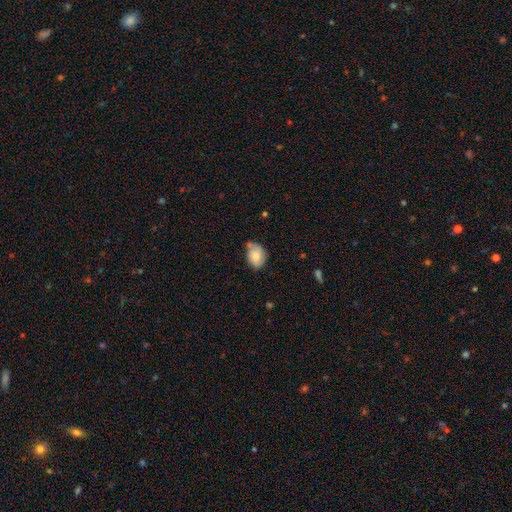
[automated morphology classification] Q: Smooth or featured?
A: smooth (72%); runner-up: featured or disk (20%)
Q: How rounded?
A: in between (71%); runner-up: round (28%)
Q: Merging?
A: none (51%); runner-up: minor disturbance (33%)